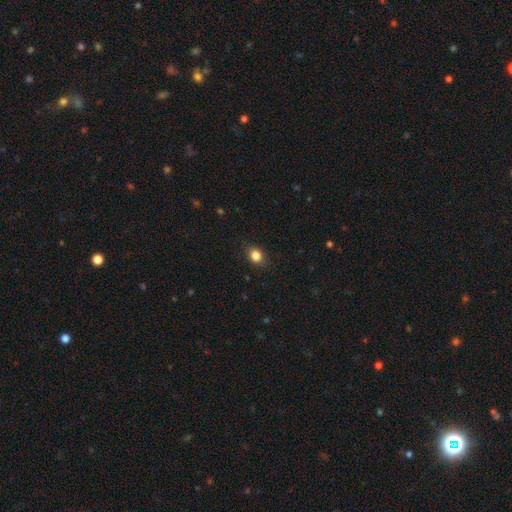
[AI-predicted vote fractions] Smooth or featured: smooth — 83% (star or artifact — 11%)
How rounded: round — 56% (in between — 42%)
Merging: none — 84% (minor disturbance — 12%)